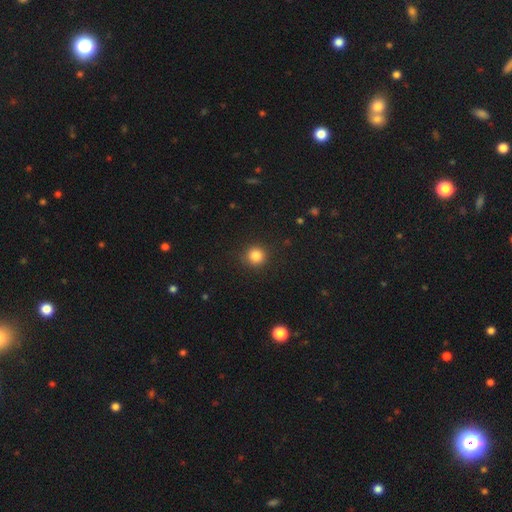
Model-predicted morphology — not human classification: The model was most divided on "smooth or featured": smooth: 84%, star or artifact: 12%, featured or disk: 5%. More confident: how rounded — round (94%); merging — none (90%).